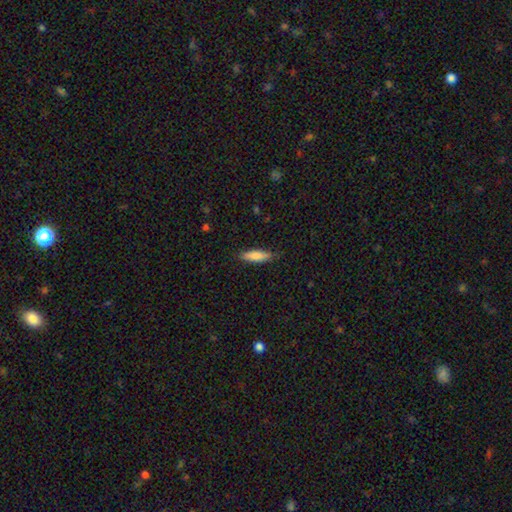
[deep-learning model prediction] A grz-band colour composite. It shows a smooth galaxy with no disk features (82%) that is cigar-shaped (54%). Merging: none (82%).